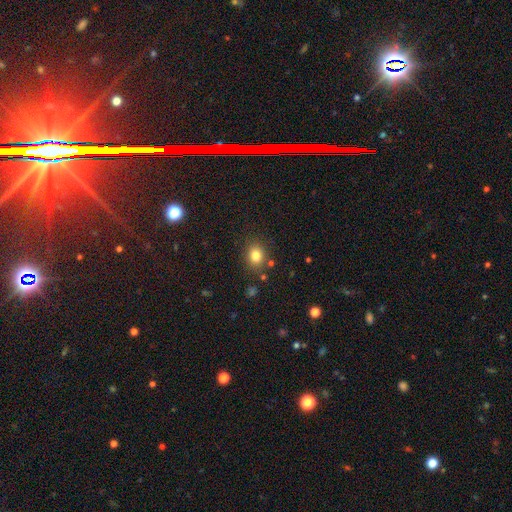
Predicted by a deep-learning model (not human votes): The model was most divided on "how rounded": round: 61%, in between: 38%, cigar-shaped: 1%. More confident: merging — none (82%); smooth or featured — smooth (81%).